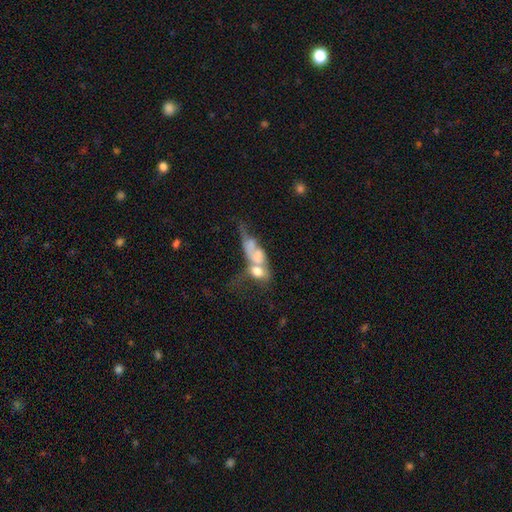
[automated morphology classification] Smooth or featured?
  - featured or disk: 45% *
  - smooth: 44%
  - star or artifact: 11%
Merging?
  - merger: 65% *
  - major disturbance: 17%
  - none: 11%
  - minor disturbance: 7%